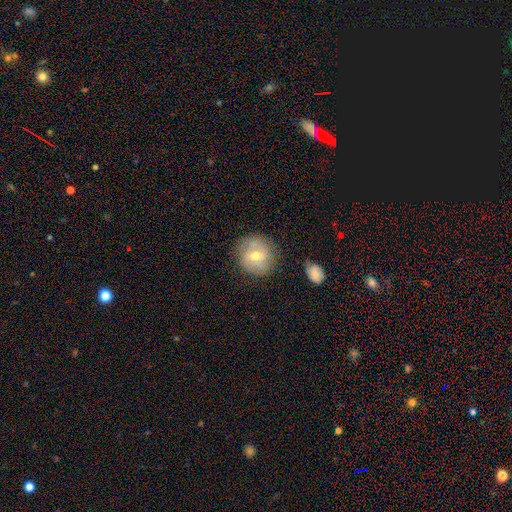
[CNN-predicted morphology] This is possibly a featured or disk galaxy (48%). Merging: likely none (78%).